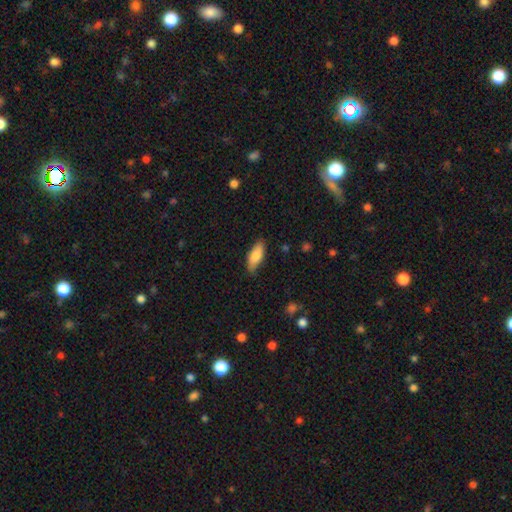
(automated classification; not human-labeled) Morphology: type=smooth (82%); roundness=in between (74%); merging=none (78%).